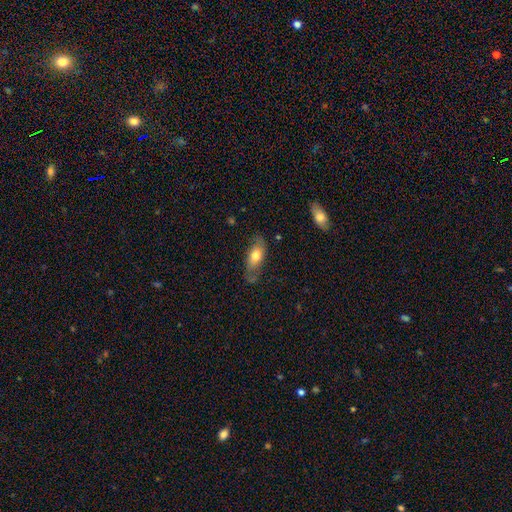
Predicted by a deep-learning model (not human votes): A smooth galaxy with no disk features (61%) that is in between round and cigar-shaped (83%).

Vote fractions:
- Smooth or featured? smooth: 61% / featured or disk: 32% / star or artifact: 6%
- How rounded? in between: 83% / cigar-shaped: 13% / round: 5%
- Merging? none: 67% / minor disturbance: 23% / major disturbance: 8% / merger: 2%